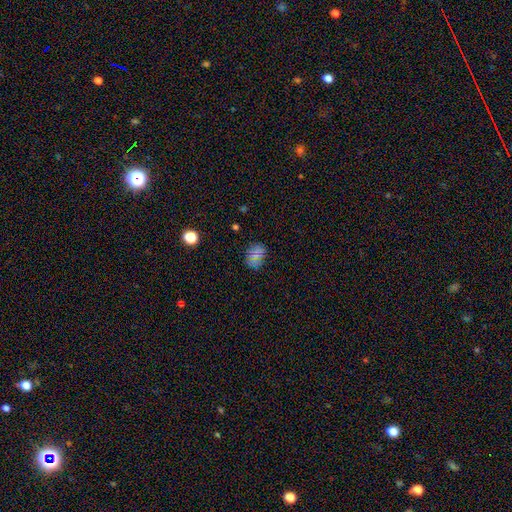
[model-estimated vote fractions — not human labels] A smooth galaxy with no disk features (71%) that is in between round and cigar-shaped (63%).

Vote fractions:
- Smooth or featured? smooth: 71% / star or artifact: 20% / featured or disk: 9%
- How rounded? in between: 63% / round: 35% / cigar-shaped: 1%
- Merging? none: 82% / minor disturbance: 13% / major disturbance: 4% / merger: 2%